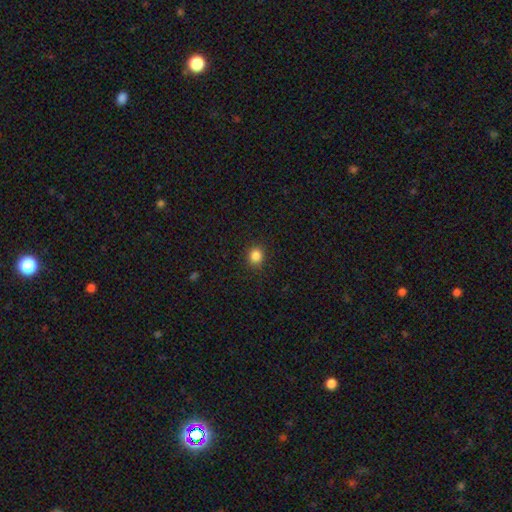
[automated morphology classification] smooth 85%, star or artifact 11%, featured or disk 3%. Down the decision tree: how rounded — round (82%); merging — none (90%).